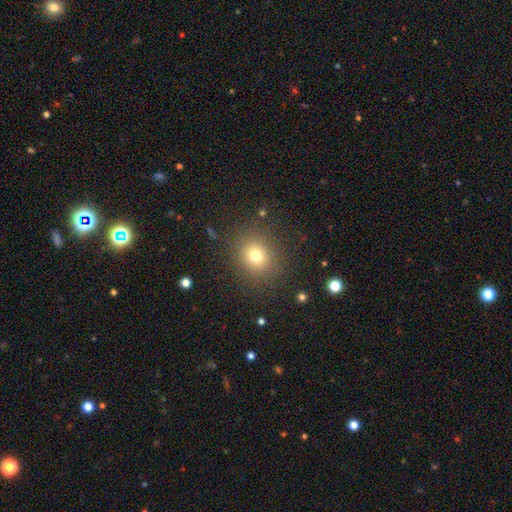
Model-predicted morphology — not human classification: type=smooth (74%); roundness=round (83%); merging=none (86%).